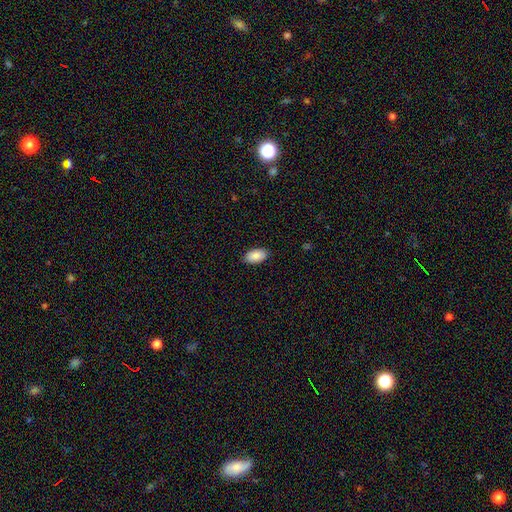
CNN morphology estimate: A smooth galaxy with no disk features (87%) that is in between round and cigar-shaped (95%). Merging: none (88%).